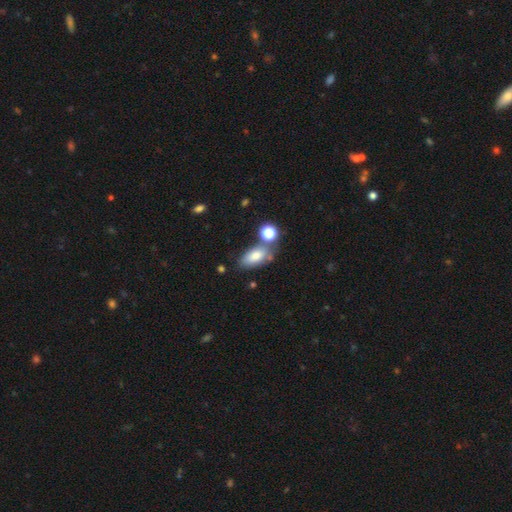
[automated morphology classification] Overall: smooth (78%). How rounded: in between (87%). Merging: none (58%; merger 18%).